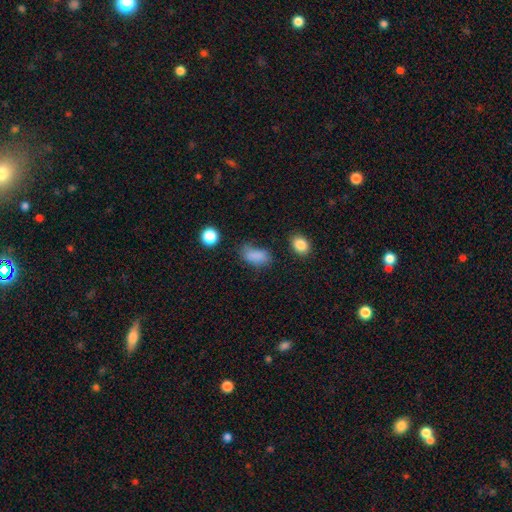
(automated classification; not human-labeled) The model was most divided on "merging": none: 50%, minor disturbance: 29%, major disturbance: 16%, merger: 5%. More confident: how rounded — in between (86%); smooth or featured — smooth (80%).